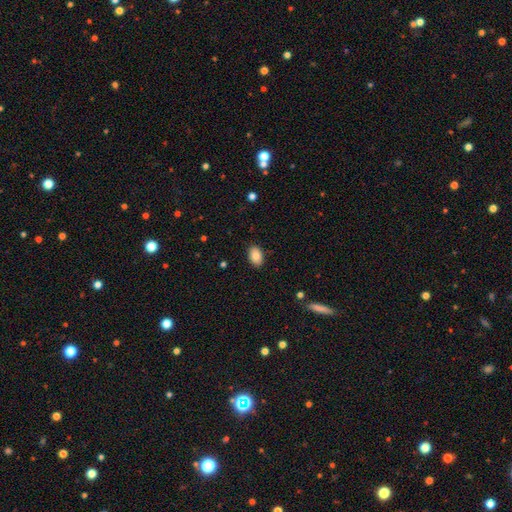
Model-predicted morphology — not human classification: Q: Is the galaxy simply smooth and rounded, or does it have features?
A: smooth — 85%.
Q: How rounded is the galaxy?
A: in between — 89%.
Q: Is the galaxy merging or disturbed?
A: none — 88%.